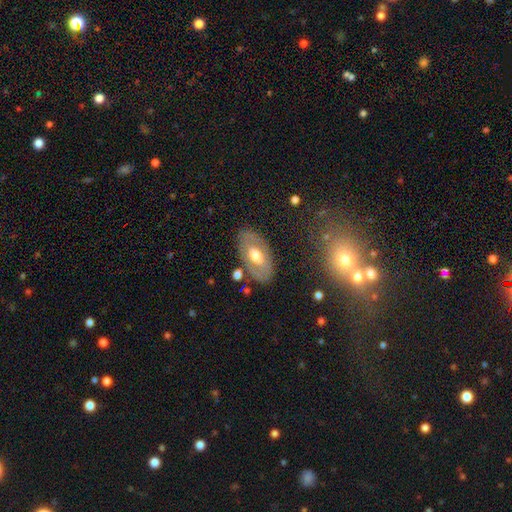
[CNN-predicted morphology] The model was most divided on "smooth or featured": featured or disk: 52%, smooth: 41%, star or artifact: 6%. More confident: edge-on disk — no (87%); merging — none (79%).